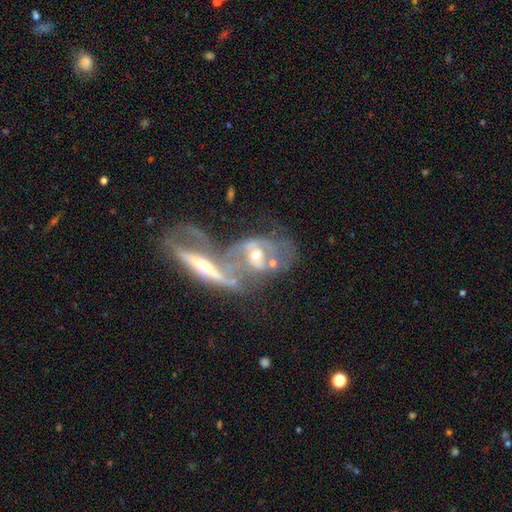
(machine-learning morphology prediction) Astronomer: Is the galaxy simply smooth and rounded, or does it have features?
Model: featured or disk — 76%.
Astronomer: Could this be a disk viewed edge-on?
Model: no — 87%.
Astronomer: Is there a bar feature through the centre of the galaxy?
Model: no — 51% (runner-up: weak, 29%).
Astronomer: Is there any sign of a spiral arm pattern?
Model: yes — 65%.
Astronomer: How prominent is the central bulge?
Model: moderate — 61%.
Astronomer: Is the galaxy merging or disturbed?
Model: merger — 65%.